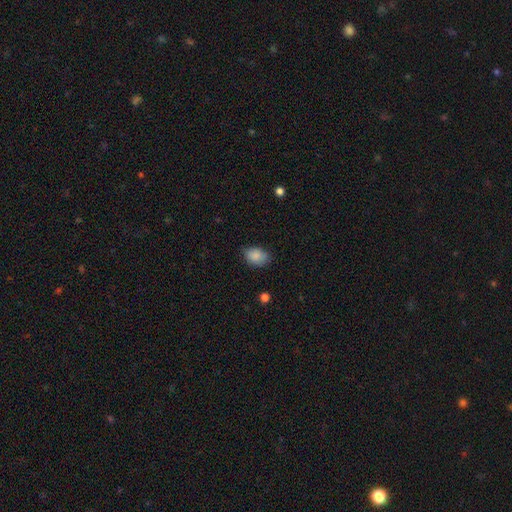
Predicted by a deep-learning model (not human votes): A smooth galaxy with no disk features (86%) that is in between round and cigar-shaped (77%). Merging: none (69%).